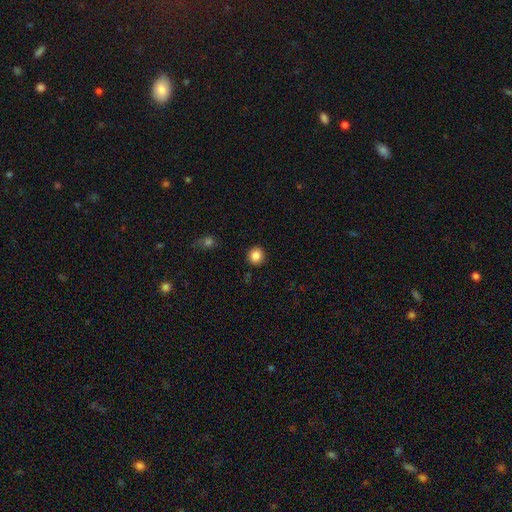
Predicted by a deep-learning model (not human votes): Smooth or featured? Predicted: smooth (p=0.85). How rounded? Predicted: round (p=0.92). Merging? Predicted: none (p=0.91).